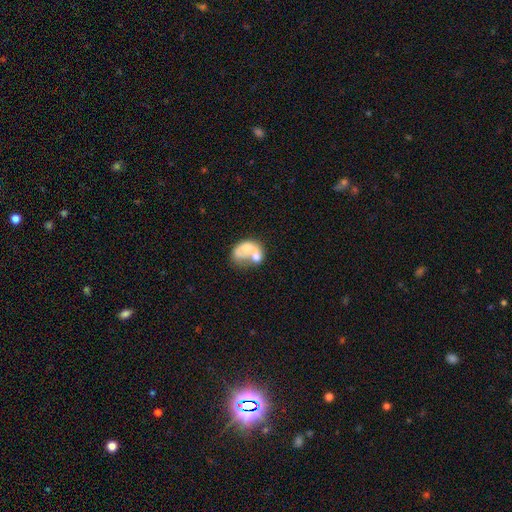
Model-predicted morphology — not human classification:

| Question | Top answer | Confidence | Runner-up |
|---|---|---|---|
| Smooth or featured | featured or disk | 46% | smooth (45%) |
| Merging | merger | 32% | major disturbance (30%) |